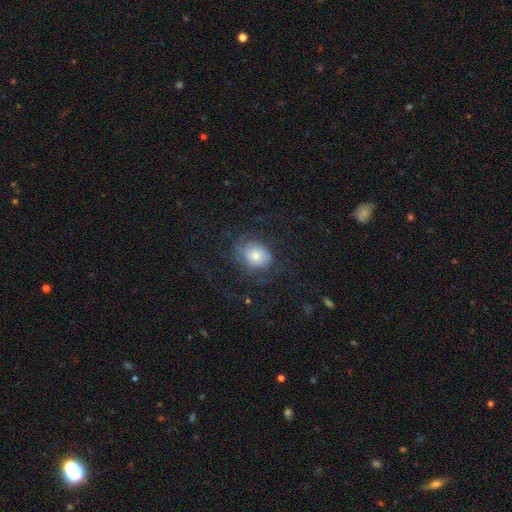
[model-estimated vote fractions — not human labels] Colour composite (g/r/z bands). It shows a smooth galaxy with no disk features (52%) that is round (55%). Merging: none (57%).